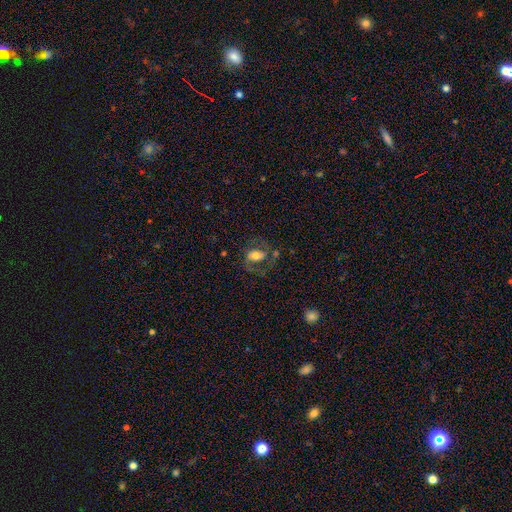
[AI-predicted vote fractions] A featured or disk galaxy (55%) with no bar (42%), spiral arms (75%) and a moderate central bulge (52%). Merging: none (55%).